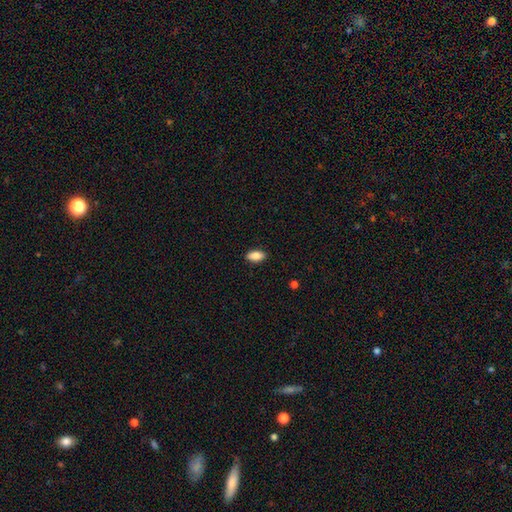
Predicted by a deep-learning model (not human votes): A smooth galaxy with no disk features (86%) that is in between round and cigar-shaped (90%). Merging: none (89%).